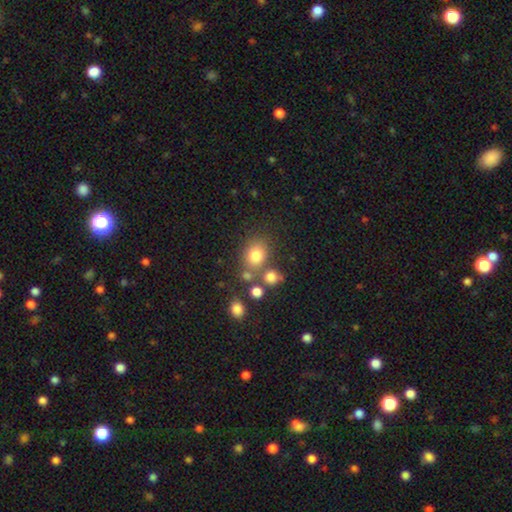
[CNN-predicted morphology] A smooth galaxy with no disk features (77%) that is round (64%).

Vote fractions:
- Smooth or featured? smooth: 77% / star or artifact: 14% / featured or disk: 9%
- How rounded? round: 64% / in between: 35% / cigar-shaped: 1%
- Merging? none: 65% / merger: 17% / minor disturbance: 12% / major disturbance: 6%